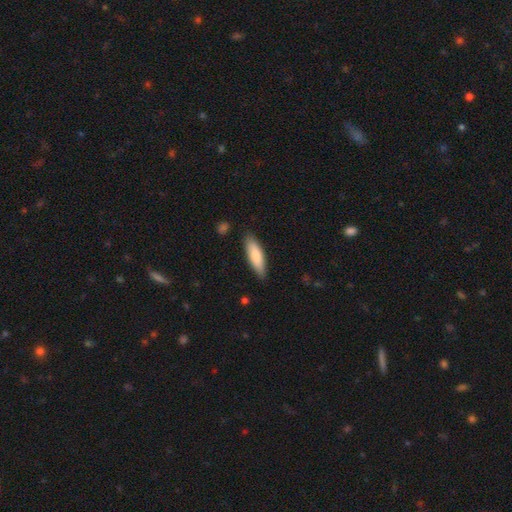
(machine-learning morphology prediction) Smooth or featured?
  - smooth: 82% *
  - featured or disk: 13%
  - star or artifact: 5%
How rounded?
  - cigar-shaped: 54% *
  - in between: 44%
  - round: 1%
Merging?
  - none: 86% *
  - minor disturbance: 11%
  - major disturbance: 2%
  - merger: 1%